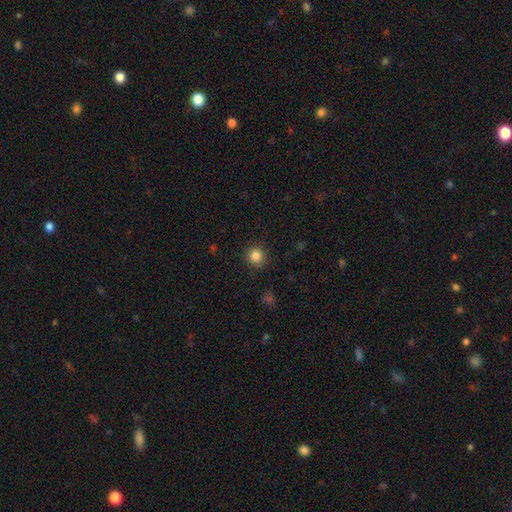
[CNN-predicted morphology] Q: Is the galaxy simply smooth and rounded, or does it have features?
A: smooth — 85%.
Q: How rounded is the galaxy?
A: round — 93%.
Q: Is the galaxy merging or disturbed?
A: none — 90%.